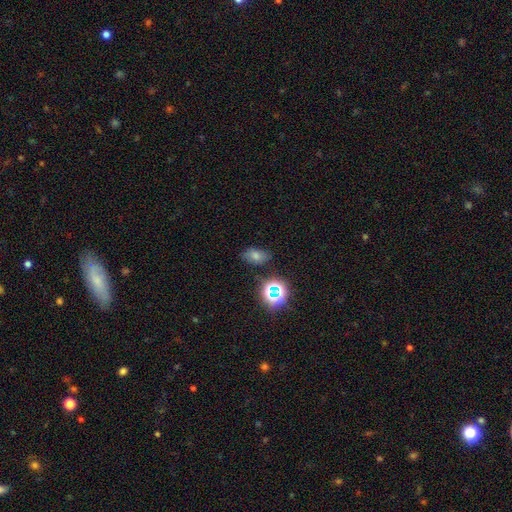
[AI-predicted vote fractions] smooth 51%, star or artifact 34%, featured or disk 15%. Down the decision tree: how rounded — in between (75%); merging — none (80%).